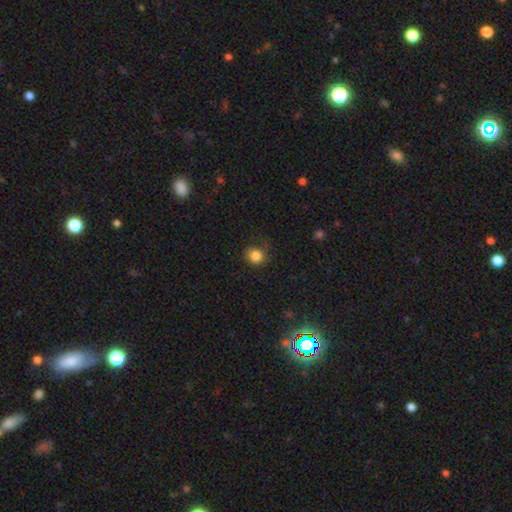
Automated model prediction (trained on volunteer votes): Smooth or featured: smooth — 84% (star or artifact — 11%)
How rounded: round — 85% (in between — 14%)
Merging: none — 70% (minor disturbance — 20%)